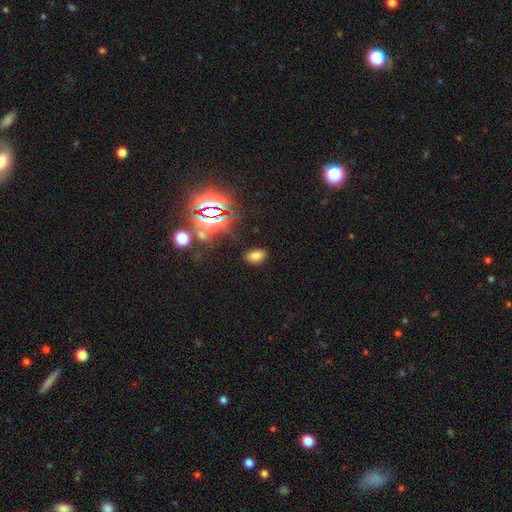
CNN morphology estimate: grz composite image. It shows a smooth galaxy with no disk features (71%) that is in between round and cigar-shaped (88%). Merging: none (86%).